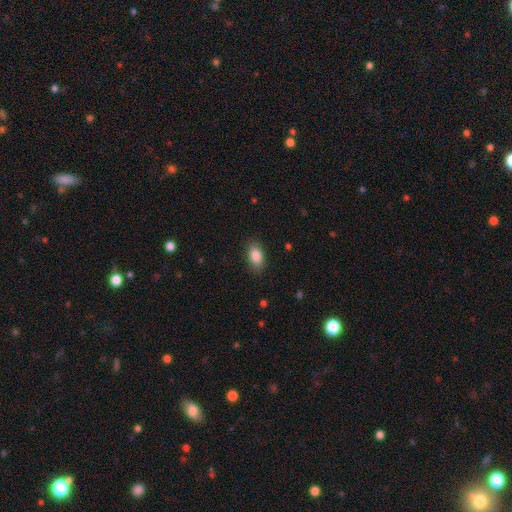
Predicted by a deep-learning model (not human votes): Q: Smooth or featured?
A: smooth (87%); runner-up: star or artifact (7%)
Q: How rounded?
A: in between (91%); runner-up: round (7%)
Q: Merging?
A: none (86%); runner-up: minor disturbance (10%)